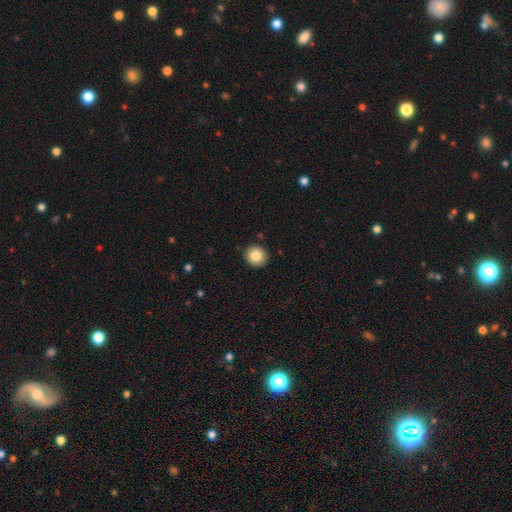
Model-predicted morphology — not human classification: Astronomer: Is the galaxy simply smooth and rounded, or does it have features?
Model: smooth — 84%.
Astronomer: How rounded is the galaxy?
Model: round — 89%.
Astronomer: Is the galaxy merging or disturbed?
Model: none — 90%.